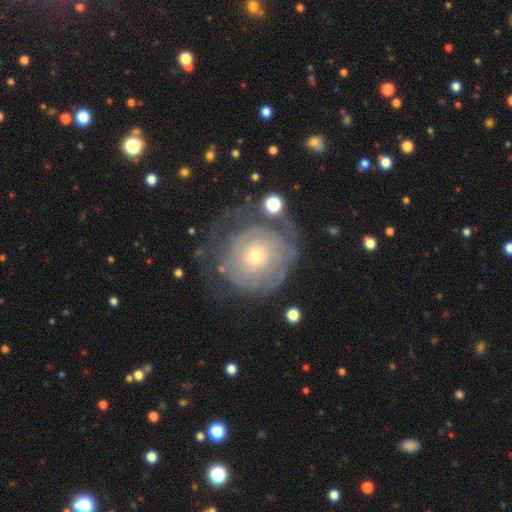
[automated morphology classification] Smooth or featured? Predicted: featured or disk (p=0.76). Edge-on disk? Predicted: no (p=0.97). Bar? Predicted: no (p=0.85). Spiral arms? Predicted: yes (p=0.83). Spiral winding? Predicted: tight (p=0.80). Spiral arm count? Predicted: can't tell (p=0.54). Bulge size? Predicted: small (p=0.64). Merging? Predicted: none (p=0.61).